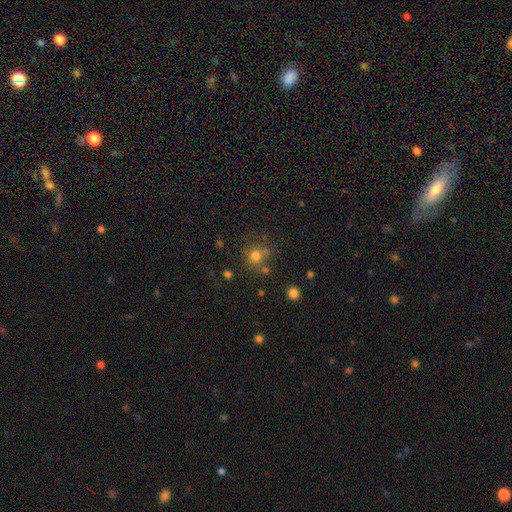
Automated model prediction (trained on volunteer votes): This appears to be a smooth galaxy with no disk features (73%) that is round (87%). Merging: none (64%).